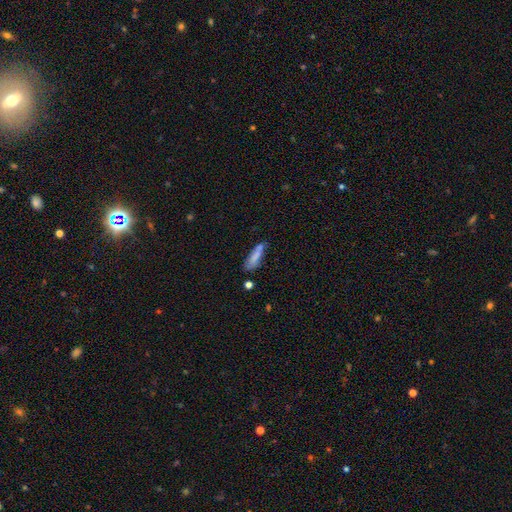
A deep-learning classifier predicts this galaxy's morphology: Smooth or featured: smooth — 75% (featured or disk — 16%)
How rounded: cigar-shaped — 63% (in between — 35%)
Merging: none — 49% (minor disturbance — 27%)